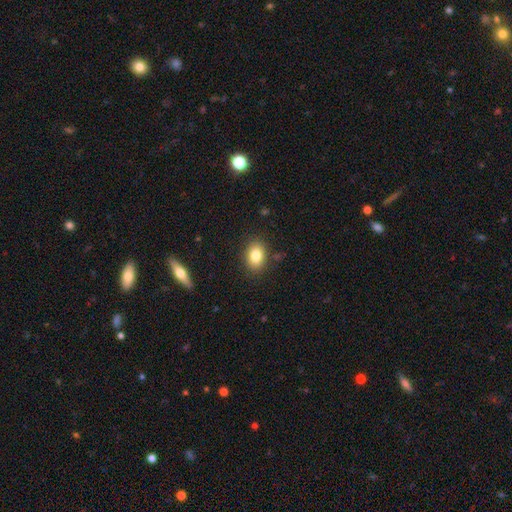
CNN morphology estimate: smooth 82%, star or artifact 9%, featured or disk 9%. Down the decision tree: how rounded — in between (76%); merging — none (86%).